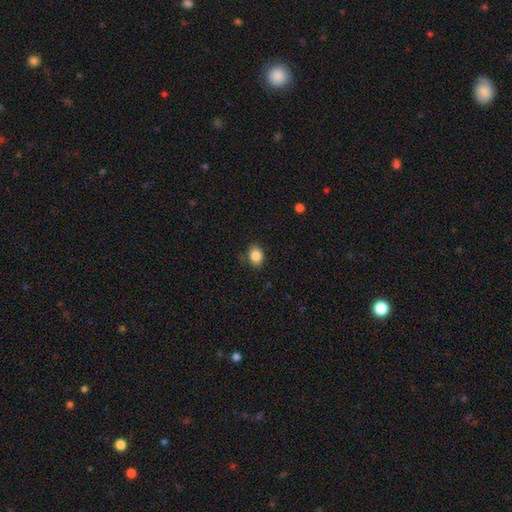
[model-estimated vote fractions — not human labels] smooth_or_featured: smooth (p=0.86) [alt: star or artifact p=0.09]
how_rounded: in between (p=0.56) [alt: round p=0.43]
merging: none (p=0.82) [alt: minor disturbance p=0.14]